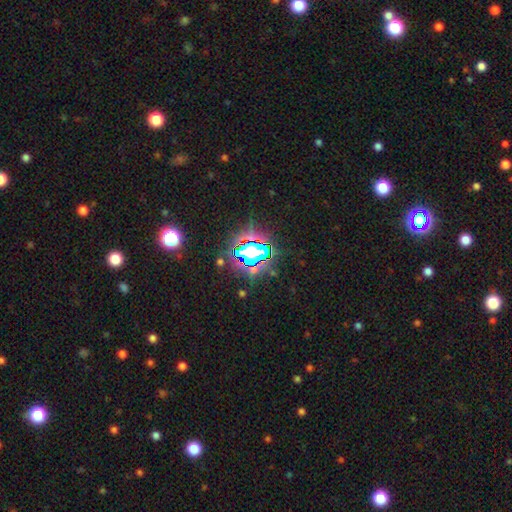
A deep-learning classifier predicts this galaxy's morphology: Smooth or featured? star or artifact (69%)